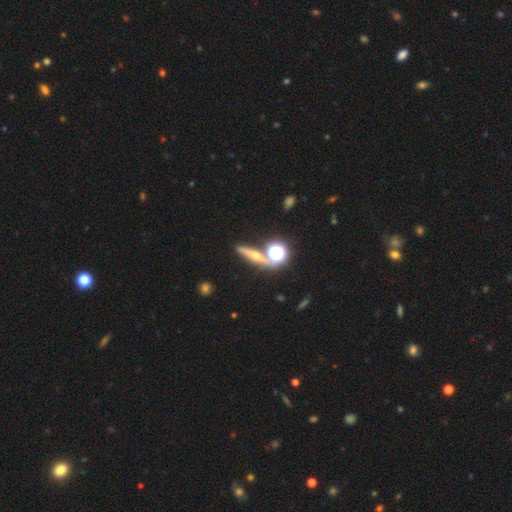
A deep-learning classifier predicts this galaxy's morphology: Overall: featured or disk (48%; smooth 31%). Merging: none (77%).